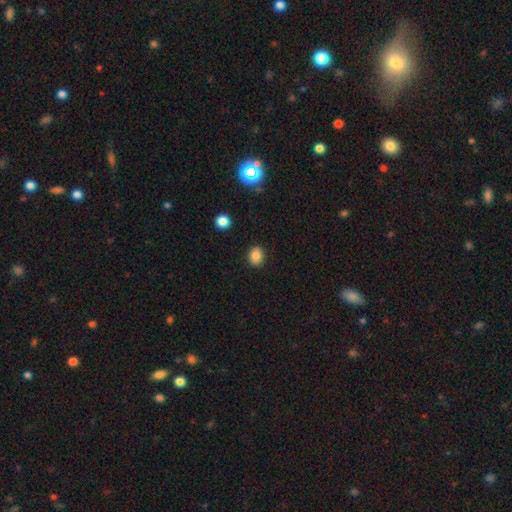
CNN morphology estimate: Smooth or featured? smooth (85%)
How rounded? round (51%)
Merging? none (89%)